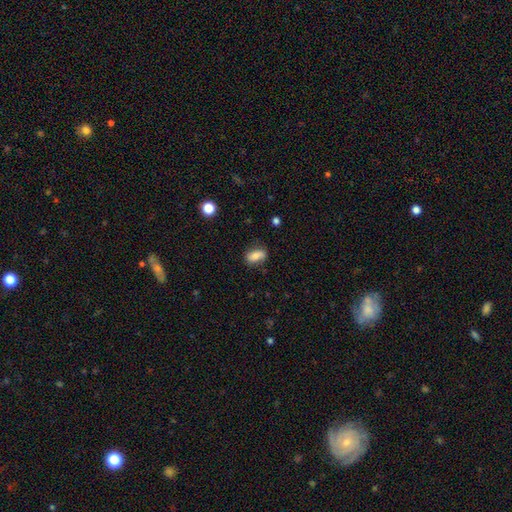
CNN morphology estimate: Smooth or featured? Predicted: smooth (p=0.77). How rounded? Predicted: in between (p=0.85). Merging? Predicted: none (p=0.75).